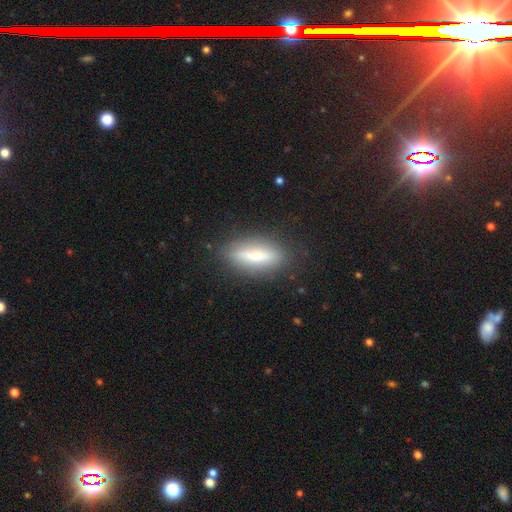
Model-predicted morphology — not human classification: Overall: smooth (50%; featured or disk 42%). How rounded: cigar-shaped (52%; in between 45%). Merging: none (84%).